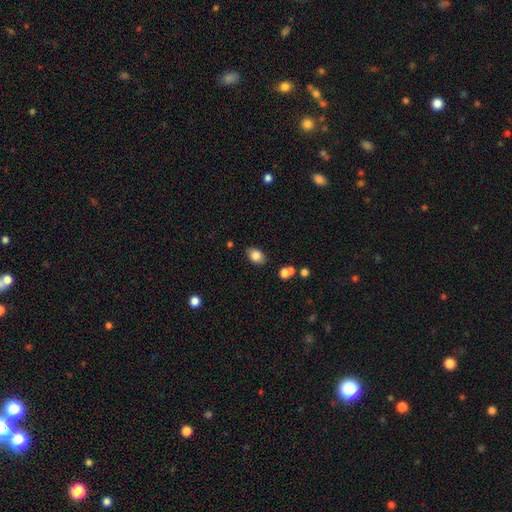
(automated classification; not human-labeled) smooth 82%, star or artifact 9%, featured or disk 9%. Down the decision tree: how rounded — in between (81%); merging — none (82%).